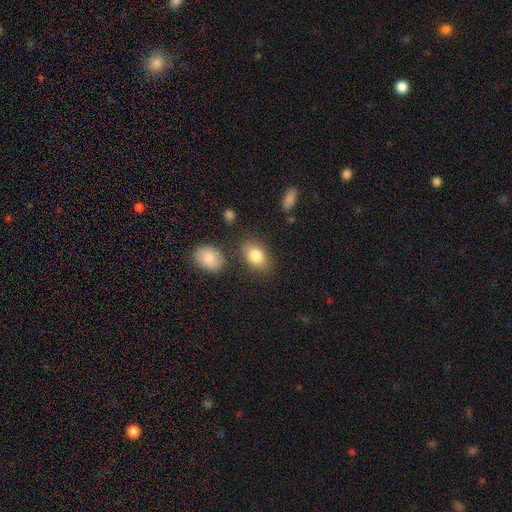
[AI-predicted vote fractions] Morphology: type=smooth (83%); roundness=in between (81%); merging=none (76%).